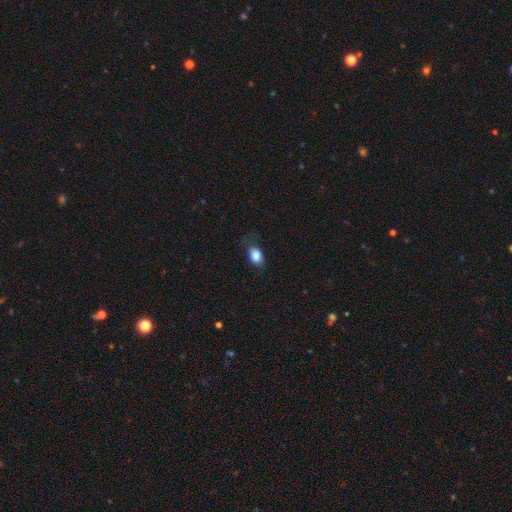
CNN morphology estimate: Smooth or featured: smooth — 85% (star or artifact — 8%)
How rounded: in between — 80% (round — 18%)
Merging: none — 64% (minor disturbance — 25%)